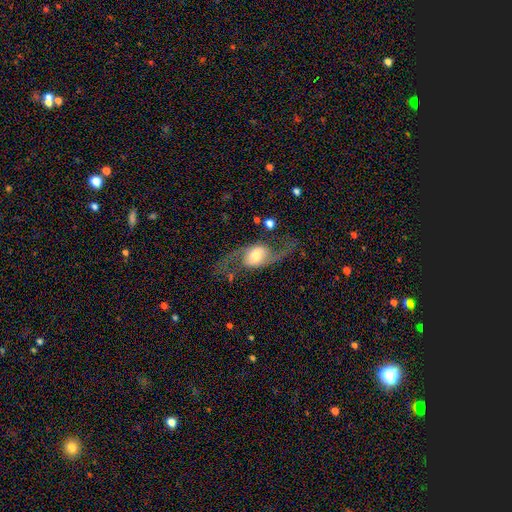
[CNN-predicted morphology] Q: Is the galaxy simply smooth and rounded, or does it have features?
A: featured or disk — 82%.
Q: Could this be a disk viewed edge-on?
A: no — 93%.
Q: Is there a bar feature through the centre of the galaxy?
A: no — 51%.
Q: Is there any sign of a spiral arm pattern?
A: yes — 92%.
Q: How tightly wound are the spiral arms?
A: loose — 73%.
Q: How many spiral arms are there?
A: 2 — 93%.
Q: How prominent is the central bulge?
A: moderate — 56%.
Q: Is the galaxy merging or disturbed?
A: none — 69%.